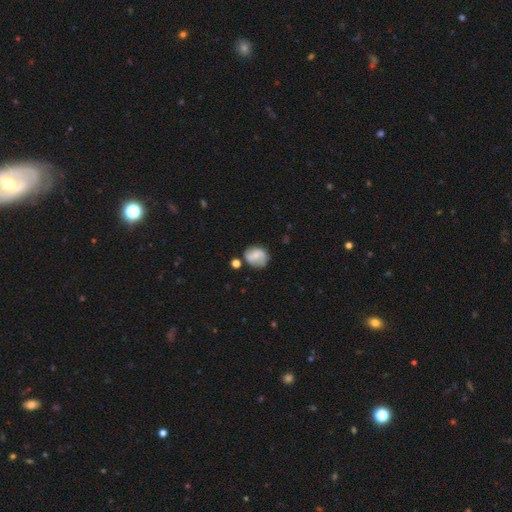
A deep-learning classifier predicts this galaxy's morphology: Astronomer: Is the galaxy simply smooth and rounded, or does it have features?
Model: smooth — 68%.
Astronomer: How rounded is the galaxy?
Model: round — 67%.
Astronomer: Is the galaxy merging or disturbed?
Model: none — 60%.